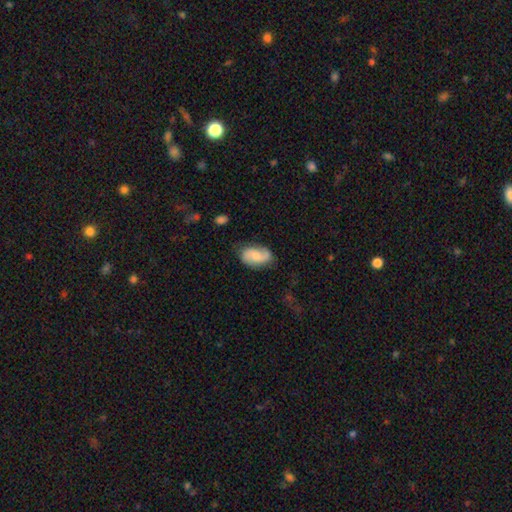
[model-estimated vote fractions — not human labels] Smooth or featured? featured or disk (57%)
Edge-on disk? no (97%)
Bar? no (55%)
Spiral arms? yes (93%)
Spiral winding? loose (45%)
Spiral arm count? 2 (87%)
Bulge size? moderate (35%)
Merging? none (73%)